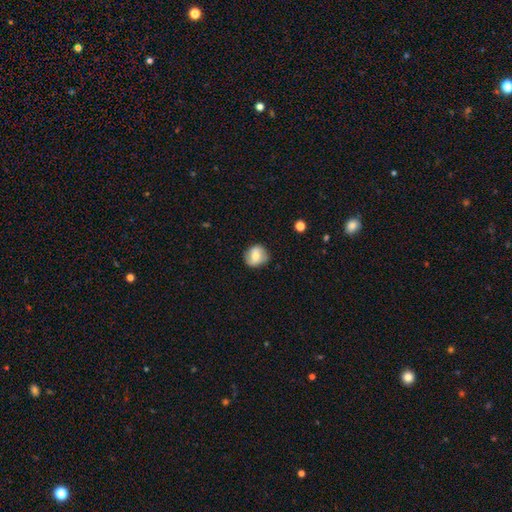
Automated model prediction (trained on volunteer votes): This is likely a smooth galaxy (66%). How rounded: likely round (80%). Merging: likely none (80%).